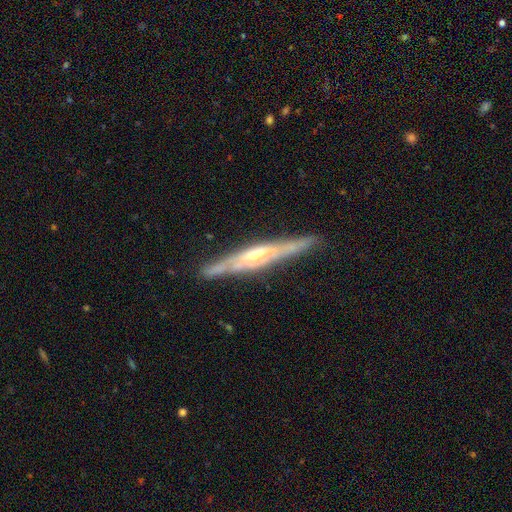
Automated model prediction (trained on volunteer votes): Smooth or featured? featured or disk (80%)
Edge-on disk? yes (90%)
Edge-on bulge? rounded (65%)
Merging? none (83%)